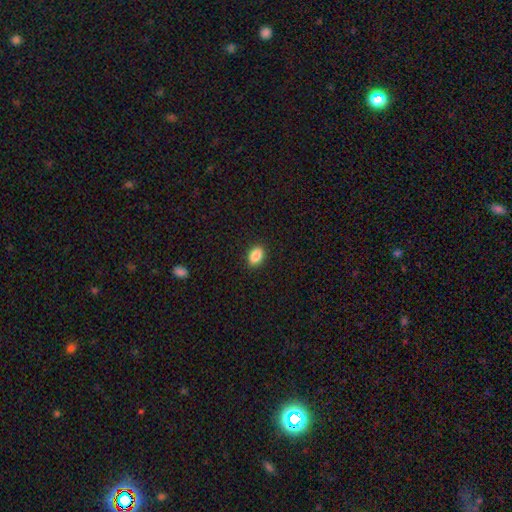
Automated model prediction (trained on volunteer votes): This appears to be a smooth galaxy with no disk features (87%) that is in between round and cigar-shaped (80%). Merging: none (90%).